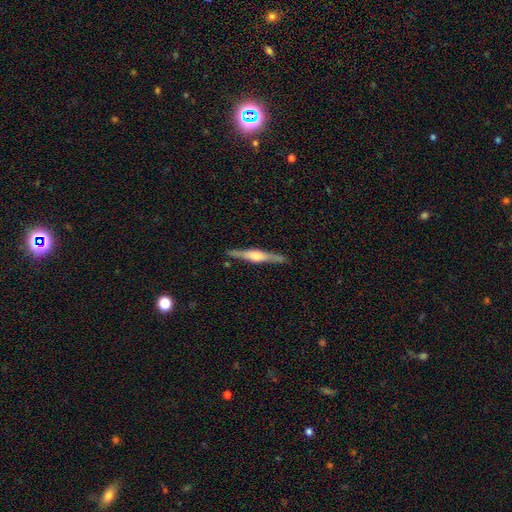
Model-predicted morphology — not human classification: Overall: featured or disk (77%). Edge-on disk: yes (98%). Edge-on bulge: rounded (71%). Merging: none (89%).